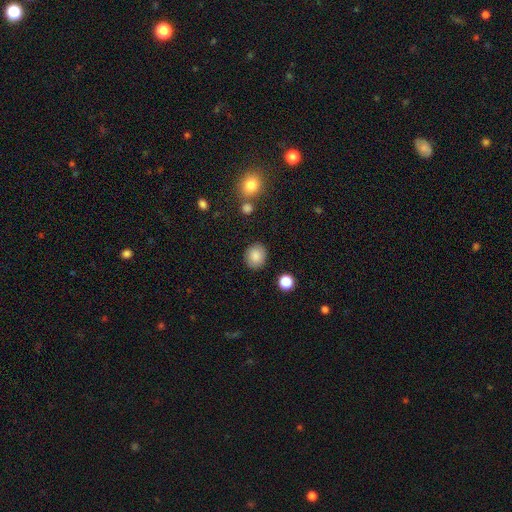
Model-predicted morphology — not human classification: smooth_or_featured: smooth (p=0.86) [alt: star or artifact p=0.08]
how_rounded: round (p=0.72) [alt: in between p=0.27]
merging: none (p=0.87) [alt: minor disturbance p=0.08]